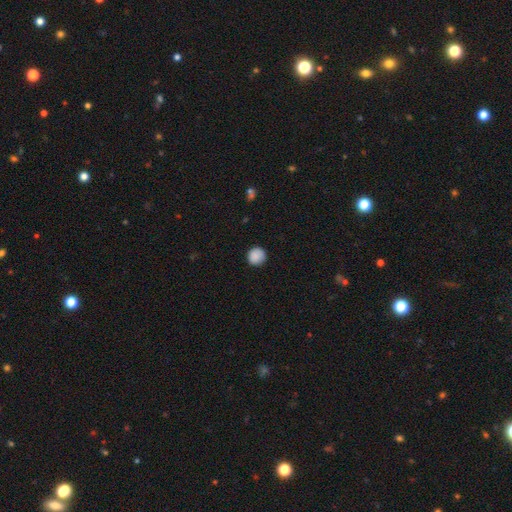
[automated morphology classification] Overall: smooth (89%). How rounded: round (94%). Merging: none (90%).